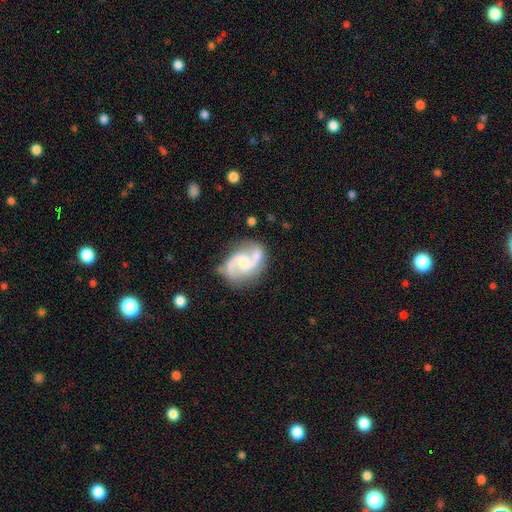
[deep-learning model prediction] Smooth or featured: featured or disk — 88% (smooth — 7%)
Edge-on disk: no — 98% (yes — 2%)
Bar: no — 45% (weak — 44%)
Spiral arms: yes — 97% (no — 3%)
Spiral winding: medium — 53% (loose — 36%)
Spiral arm count: 2 — 93% (can't tell — 2%)
Bulge size: small — 43% (moderate — 40%)
Merging: none — 68% (minor disturbance — 18%)